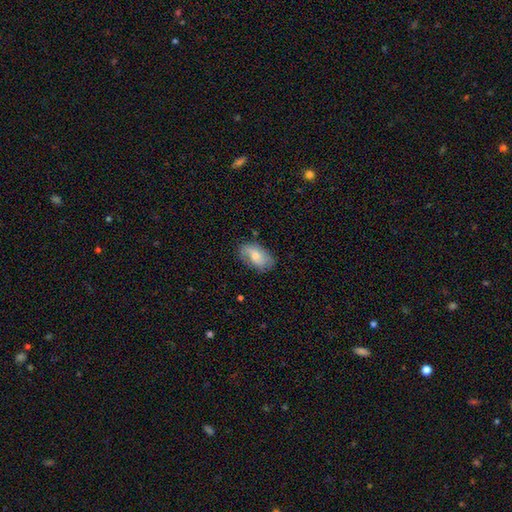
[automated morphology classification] A smooth galaxy with no disk features (48%).

Vote fractions:
- Smooth or featured? smooth: 48% / featured or disk: 44% / star or artifact: 8%
- Merging? none: 68% / minor disturbance: 24% / major disturbance: 7% / merger: 2%